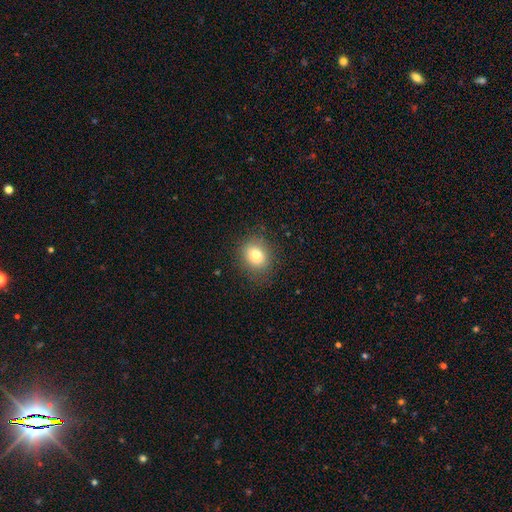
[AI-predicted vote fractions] A smooth galaxy with no disk features (78%) that is round (66%).

Vote fractions:
- Smooth or featured? smooth: 78% / star or artifact: 12% / featured or disk: 10%
- How rounded? round: 66% / in between: 33% / cigar-shaped: 1%
- Merging? none: 86% / minor disturbance: 10% / major disturbance: 4% / merger: 1%